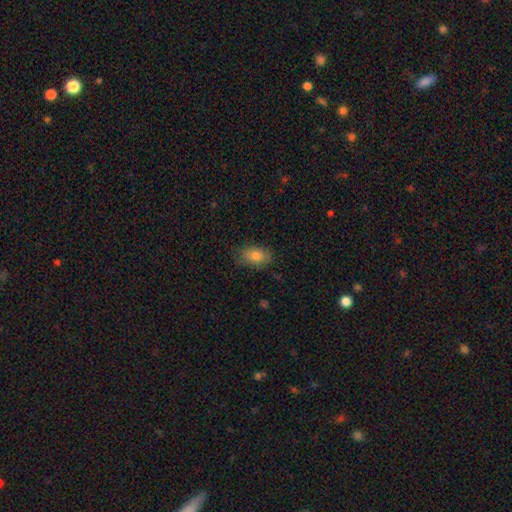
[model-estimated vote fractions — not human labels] A smooth galaxy with no disk features (80%) that is in between round and cigar-shaped (86%). Merging: none (79%).